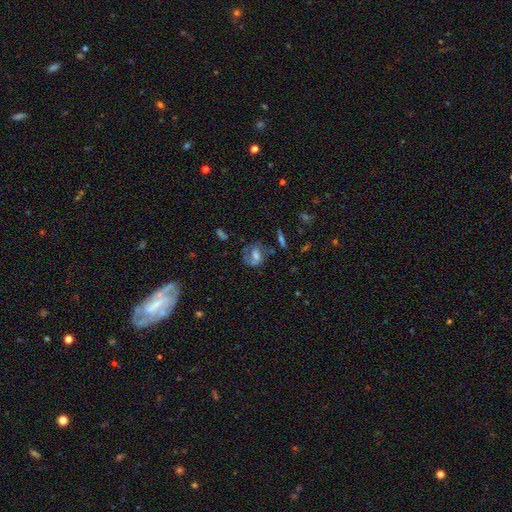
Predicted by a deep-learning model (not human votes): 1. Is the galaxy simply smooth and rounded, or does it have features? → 50% featured or disk, 40% smooth, 10% star or artifact.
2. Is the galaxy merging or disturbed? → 46% none, 25% major disturbance, 23% minor disturbance, 7% merger.